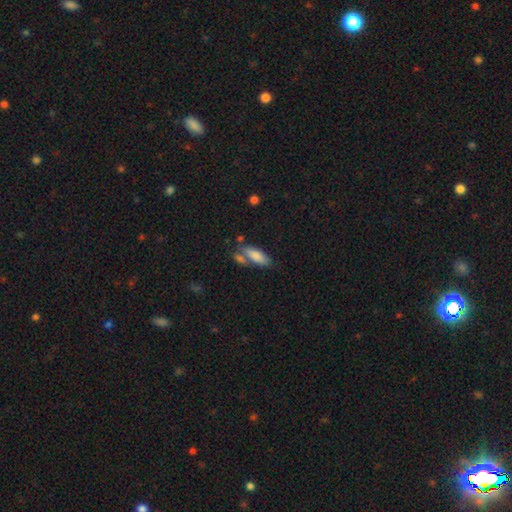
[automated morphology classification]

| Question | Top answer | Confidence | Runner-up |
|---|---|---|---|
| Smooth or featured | smooth | 81% | featured or disk (12%) |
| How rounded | in between | 66% | cigar-shaped (32%) |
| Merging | none | 51% | merger (27%) |